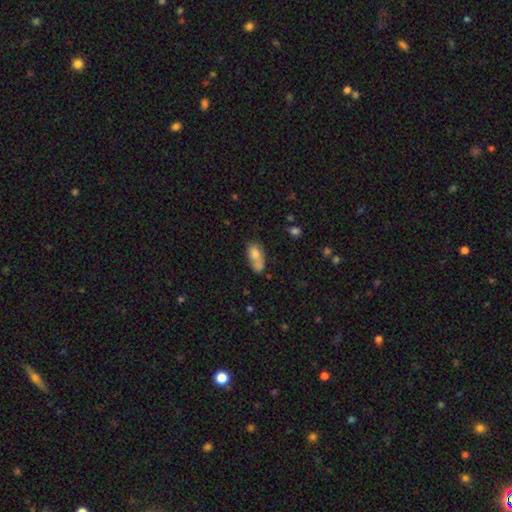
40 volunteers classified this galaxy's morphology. smooth_or_featured: smooth (p=0.72) [alt: featured or disk p=0.20]
how_rounded: in between (p=0.83) [alt: round p=0.10]
merging: merger (p=0.51) [alt: none p=0.30]